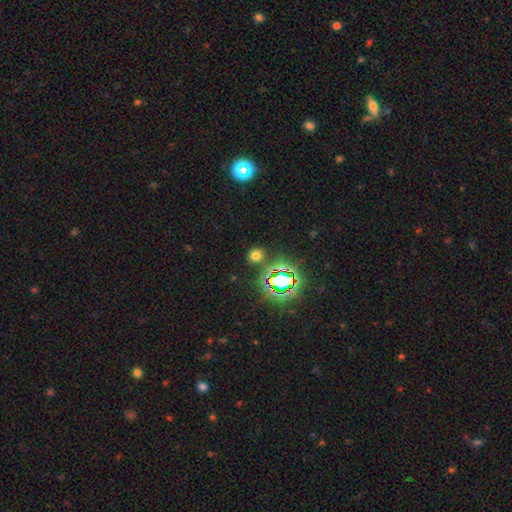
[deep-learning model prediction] A smooth galaxy with no disk features (60%) that is round (74%).

Vote fractions:
- Smooth or featured? smooth: 60% / star or artifact: 34% / featured or disk: 7%
- How rounded? round: 74% / in between: 24% / cigar-shaped: 1%
- Merging? none: 85% / minor disturbance: 8% / merger: 4% / major disturbance: 3%